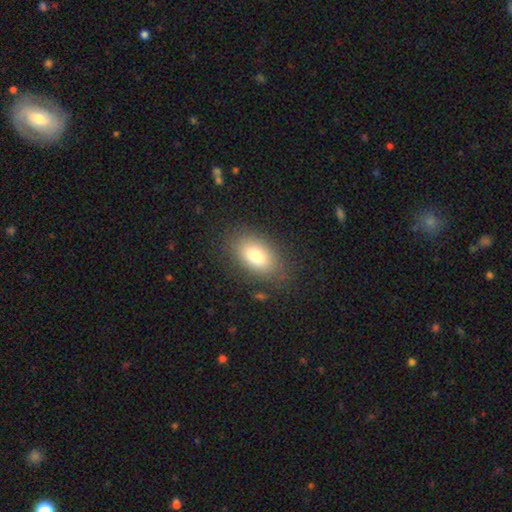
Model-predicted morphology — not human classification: A smooth galaxy with no disk features (78%) that is in between round and cigar-shaped (89%).

Vote fractions:
- Smooth or featured? smooth: 78% / featured or disk: 13% / star or artifact: 9%
- How rounded? in between: 89% / round: 9% / cigar-shaped: 2%
- Merging? none: 81% / minor disturbance: 13% / major disturbance: 5% / merger: 1%